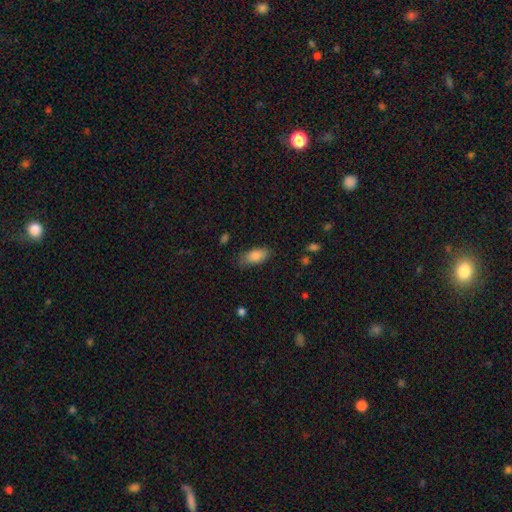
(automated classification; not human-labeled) Overall: smooth (86%). How rounded: in between (89%). Merging: none (73%).